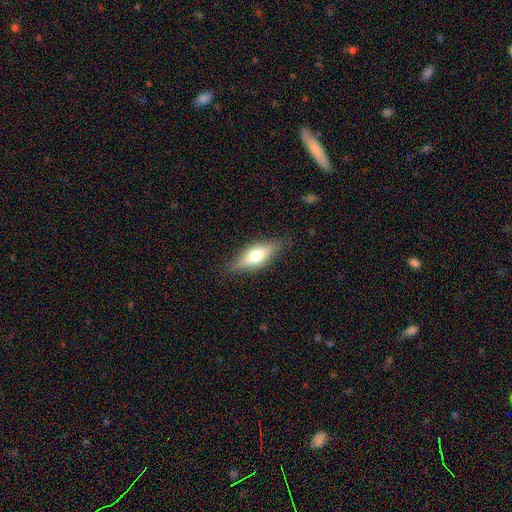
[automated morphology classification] This appears to be a smooth galaxy with no disk features (53%) that is in between round and cigar-shaped (63%). Merging: none (83%).